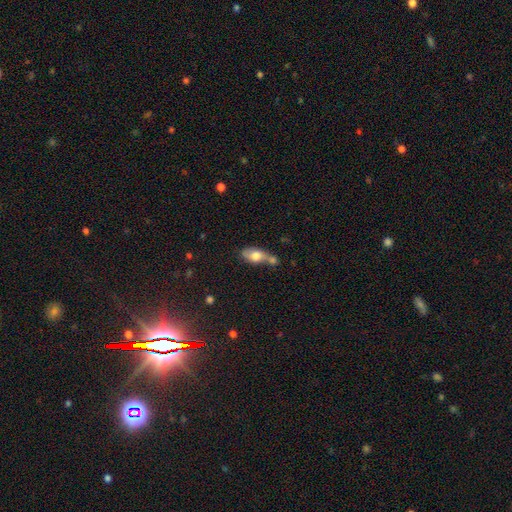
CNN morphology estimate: A smooth galaxy with no disk features (69%) that is in between round and cigar-shaped (81%). Merging: merger (47%).